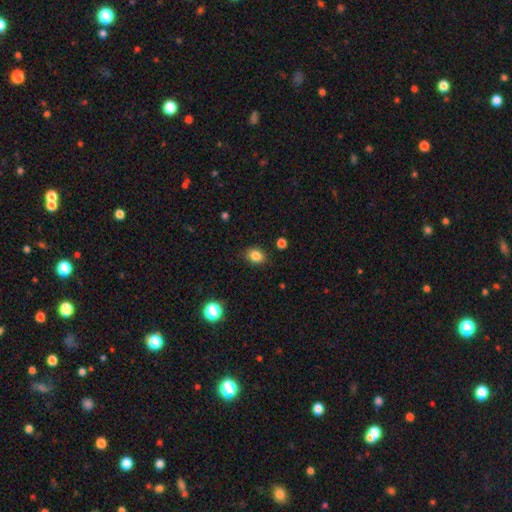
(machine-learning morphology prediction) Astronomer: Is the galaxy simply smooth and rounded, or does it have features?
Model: smooth — 84%.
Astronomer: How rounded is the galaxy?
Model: in between — 57% (runner-up: round, 42%).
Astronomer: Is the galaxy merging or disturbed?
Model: none — 86%.